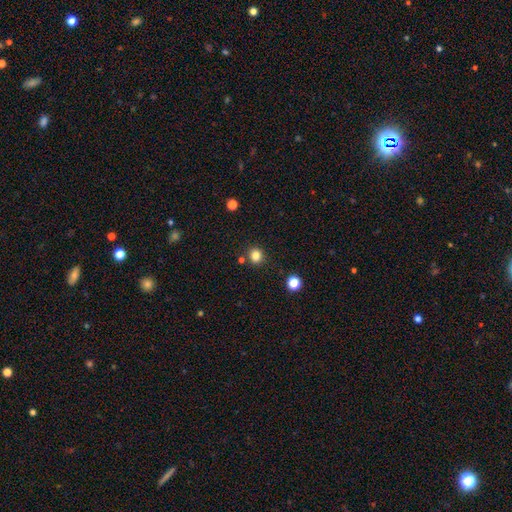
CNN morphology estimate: Smooth or featured? Predicted: smooth (p=0.82). How rounded? Predicted: round (p=0.85). Merging? Predicted: none (p=0.86).